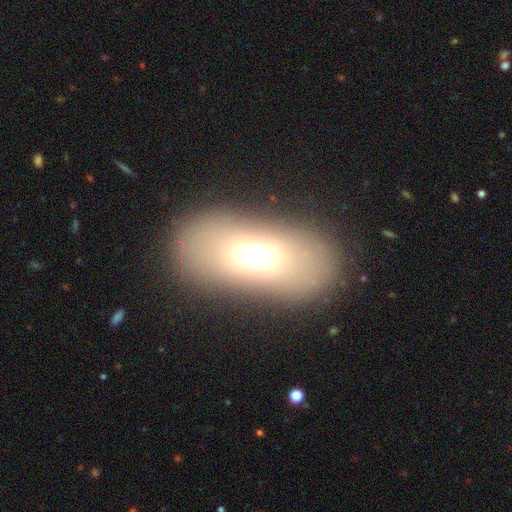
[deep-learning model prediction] Overall: smooth (64%). How rounded: in between (81%). Merging: none (80%).